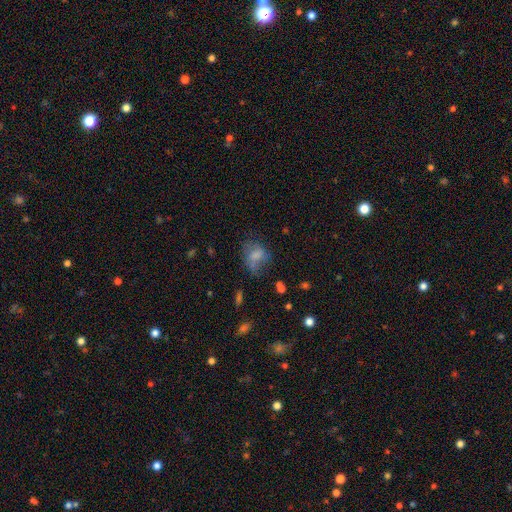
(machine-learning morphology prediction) smooth 65%, featured or disk 22%, star or artifact 13%. Down the decision tree: how rounded — in between (68%); merging — none (37%).